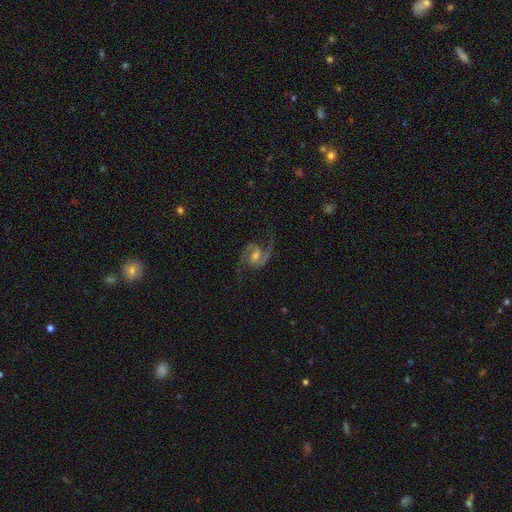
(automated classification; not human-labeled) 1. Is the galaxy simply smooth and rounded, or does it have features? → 91% featured or disk, 5% star or artifact, 4% smooth.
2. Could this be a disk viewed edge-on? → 98% no, 2% yes.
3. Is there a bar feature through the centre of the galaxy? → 50% weak, 34% no, 15% strong.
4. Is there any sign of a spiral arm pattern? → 98% yes, 2% no.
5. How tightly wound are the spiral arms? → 59% medium, 29% loose, 13% tight.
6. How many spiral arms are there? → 94% 2, 2% can't tell, 1% 3, 1% 1, 1% 4, 1% more than 4.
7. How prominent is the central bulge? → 58% moderate, 28% small, 7% large, 6% none, 1% dominant.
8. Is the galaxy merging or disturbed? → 78% none, 13% minor disturbance, 8% major disturbance, 2% merger.